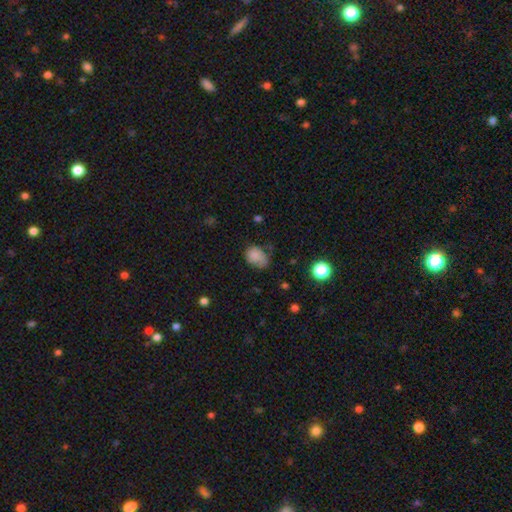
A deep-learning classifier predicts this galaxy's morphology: Smooth or featured?
  - smooth: 79% *
  - star or artifact: 11%
  - featured or disk: 10%
How rounded?
  - in between: 65% *
  - round: 34%
  - cigar-shaped: 1%
Merging?
  - none: 47% *
  - minor disturbance: 37%
  - major disturbance: 13%
  - merger: 3%